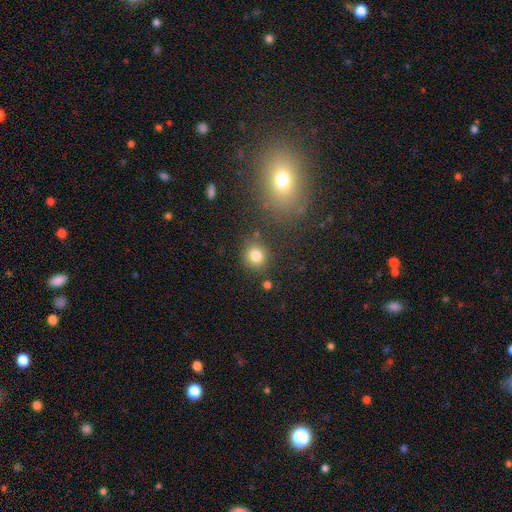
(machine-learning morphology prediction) smooth 81%, star or artifact 12%, featured or disk 7%. Down the decision tree: how rounded — round (84%); merging — none (80%).